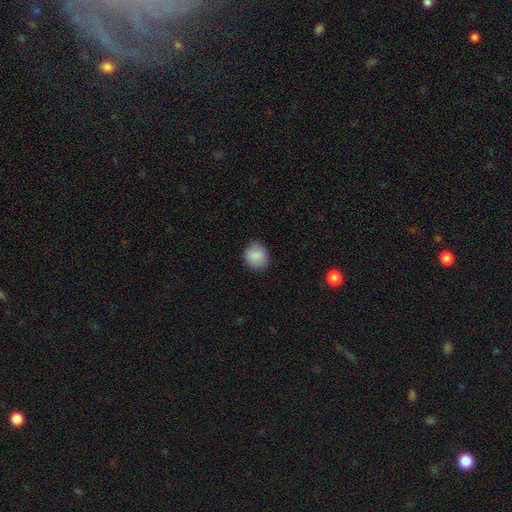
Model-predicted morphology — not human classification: smooth 88%, star or artifact 8%, featured or disk 4%. Down the decision tree: how rounded — round (77%); merging — none (86%).